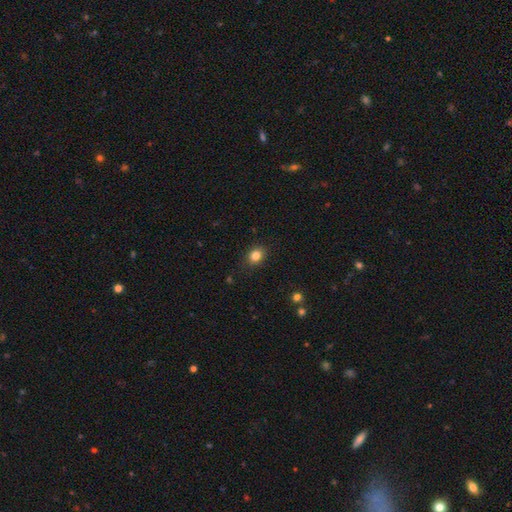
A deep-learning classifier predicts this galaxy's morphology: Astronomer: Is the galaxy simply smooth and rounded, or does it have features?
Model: smooth — 83%.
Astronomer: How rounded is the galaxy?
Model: round — 51% (runner-up: in between, 49%).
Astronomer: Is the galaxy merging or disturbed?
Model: none — 86%.